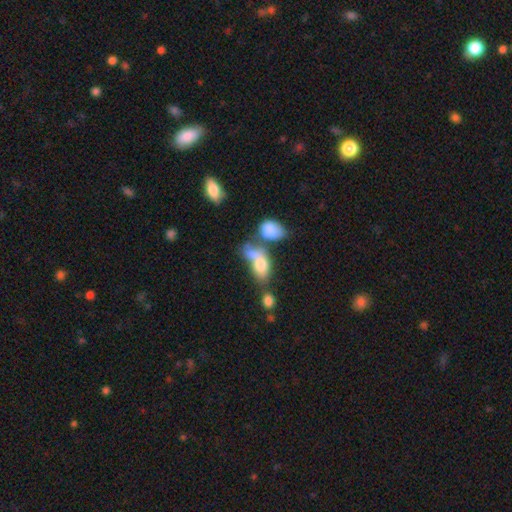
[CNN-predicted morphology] Smooth or featured?
  - smooth: 71% *
  - featured or disk: 19%
  - star or artifact: 10%
How rounded?
  - in between: 83% *
  - round: 12%
  - cigar-shaped: 5%
Merging?
  - merger: 53% *
  - none: 21%
  - major disturbance: 13%
  - minor disturbance: 12%